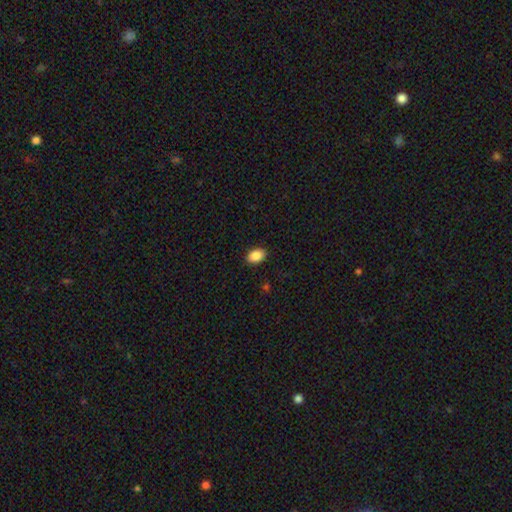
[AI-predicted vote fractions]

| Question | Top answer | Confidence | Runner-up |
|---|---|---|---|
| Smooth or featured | smooth | 88% | star or artifact (8%) |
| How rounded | in between | 86% | round (13%) |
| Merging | none | 90% | minor disturbance (8%) |